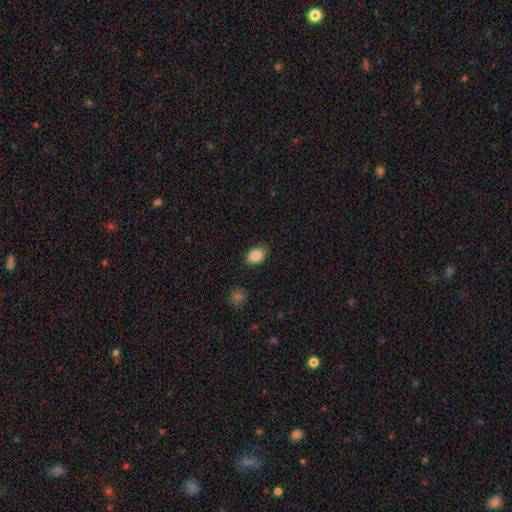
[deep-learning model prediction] smooth_or_featured: smooth (p=0.87) [alt: star or artifact p=0.08]
how_rounded: in between (p=0.78) [alt: round p=0.21]
merging: none (p=0.79) [alt: minor disturbance p=0.16]